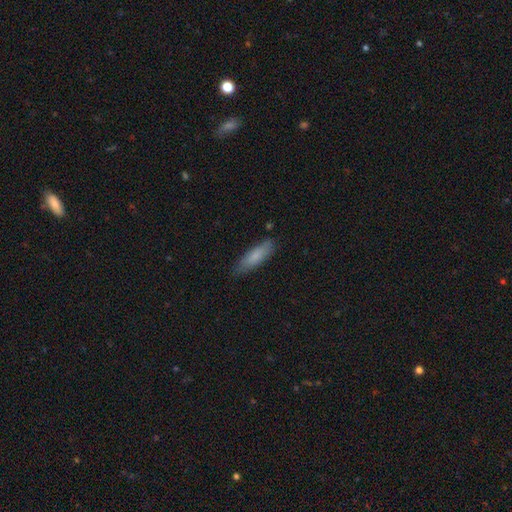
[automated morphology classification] Smooth or featured? smooth (79%)
How rounded? cigar-shaped (62%)
Merging? none (80%)